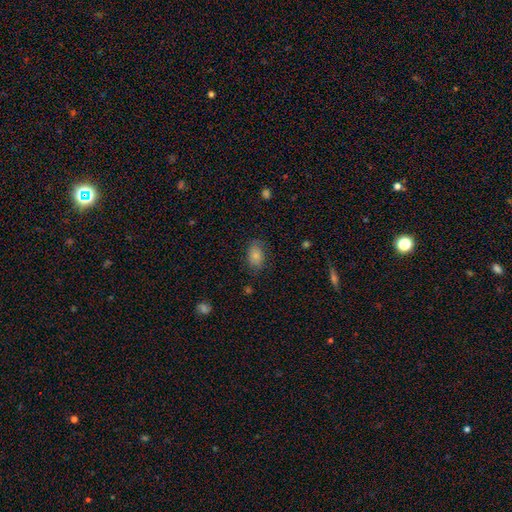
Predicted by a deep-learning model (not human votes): Q: Smooth or featured?
A: smooth (80%); runner-up: featured or disk (11%)
Q: How rounded?
A: in between (86%); runner-up: round (12%)
Q: Merging?
A: none (72%); runner-up: minor disturbance (20%)